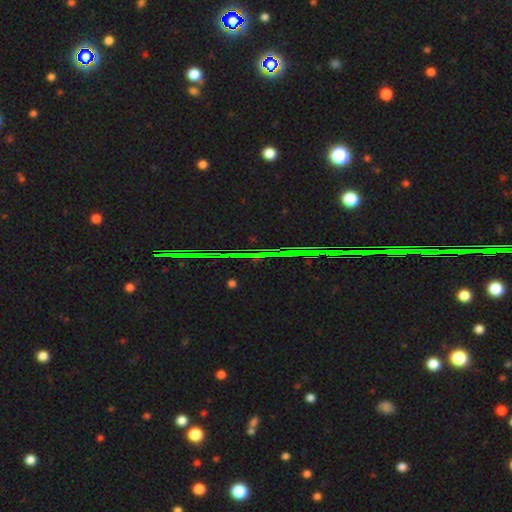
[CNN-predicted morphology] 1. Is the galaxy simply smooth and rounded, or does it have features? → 82% star or artifact, 9% smooth, 9% featured or disk.